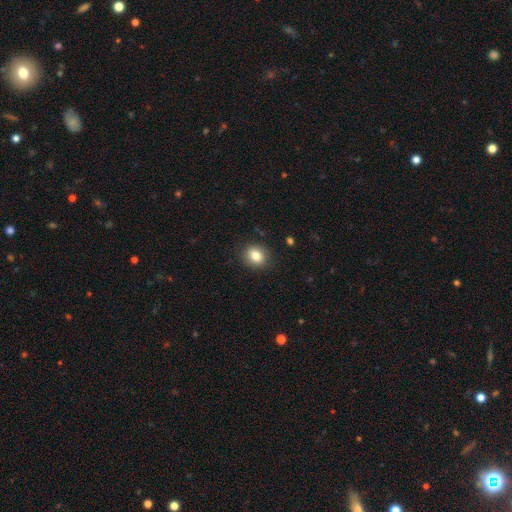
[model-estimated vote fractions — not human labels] Smooth or featured: smooth — 83% (star or artifact — 10%)
How rounded: round — 72% (in between — 27%)
Merging: none — 89% (minor disturbance — 8%)